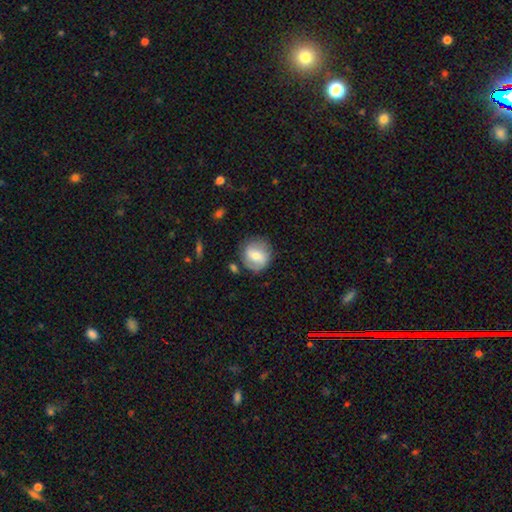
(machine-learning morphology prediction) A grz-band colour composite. It shows a smooth galaxy with no disk features (49%). Merging: none (77%).